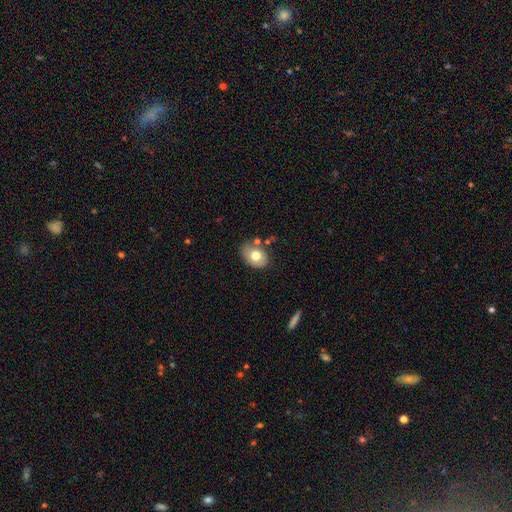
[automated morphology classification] smooth_or_featured: smooth (p=0.72) [alt: featured or disk p=0.20]
how_rounded: in between (p=0.73) [alt: round p=0.26]
merging: none (p=0.68) [alt: minor disturbance p=0.18]